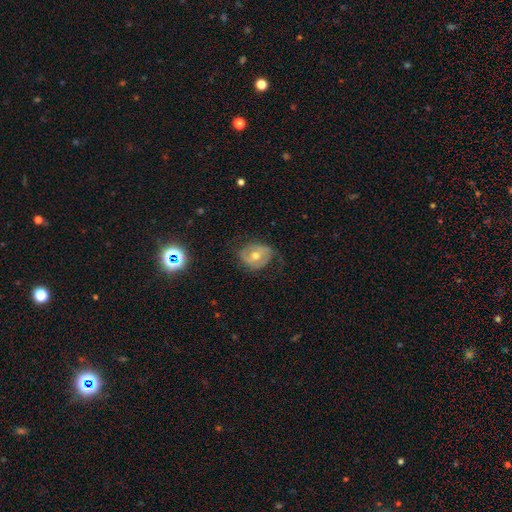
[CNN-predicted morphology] Smooth or featured?
  - featured or disk: 63% *
  - smooth: 27%
  - star or artifact: 10%
Edge-on disk?
  - no: 96% *
  - yes: 4%
Bar?
  - no: 58% *
  - weak: 29%
  - strong: 12%
Spiral arms?
  - yes: 71% *
  - no: 29%
Bulge size?
  - moderate: 73% *
  - small: 22%
  - large: 3%
  - none: 1%
  - dominant: 1%
Merging?
  - none: 63% *
  - minor disturbance: 23%
  - major disturbance: 12%
  - merger: 1%